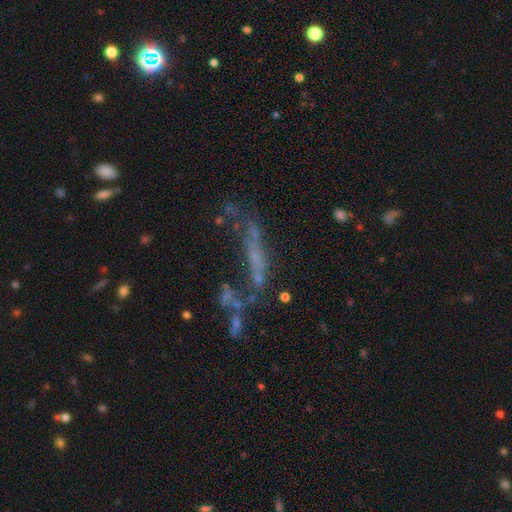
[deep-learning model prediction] Q: Smooth or featured?
A: featured or disk (45%); runner-up: smooth (28%)
Q: Merging?
A: none (36%); runner-up: major disturbance (29%)